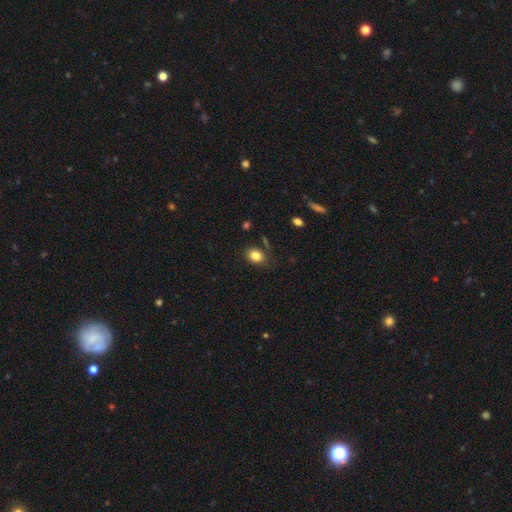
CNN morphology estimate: Smooth or featured: smooth — 83% (star or artifact — 10%)
How rounded: in between — 54% (round — 45%)
Merging: none — 77% (minor disturbance — 15%)